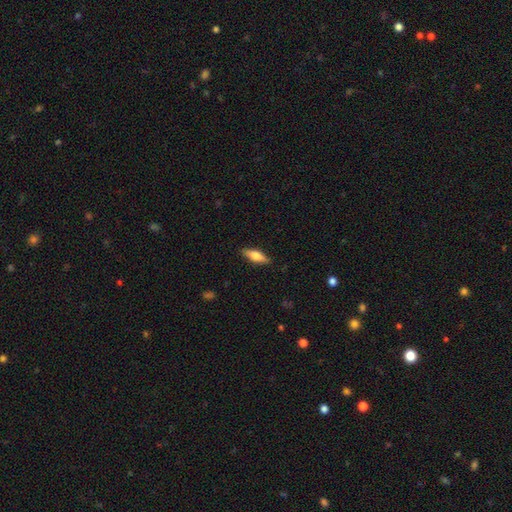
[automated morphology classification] smooth_or_featured: smooth (p=0.59) [alt: featured or disk p=0.35]
how_rounded: in between (p=0.50) [alt: cigar-shaped p=0.47]
merging: none (p=0.87) [alt: minor disturbance p=0.10]